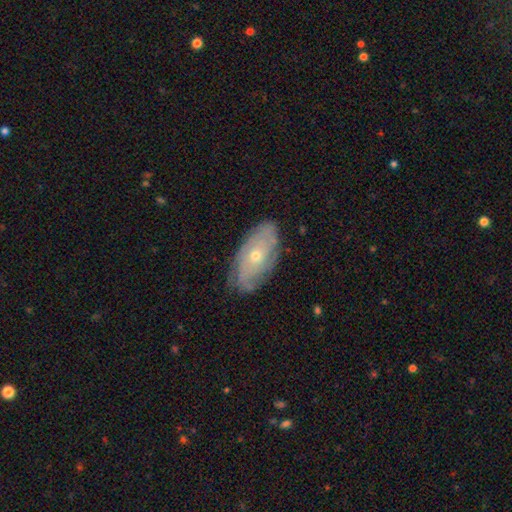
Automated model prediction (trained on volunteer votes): Smooth or featured?
  - featured or disk: 66% *
  - smooth: 27%
  - star or artifact: 7%
Edge-on disk?
  - no: 90% *
  - yes: 10%
Bar?
  - no: 86% *
  - weak: 12%
  - strong: 2%
Spiral arms?
  - yes: 74% *
  - no: 26%
Bulge size?
  - small: 56% *
  - moderate: 41%
  - large: 1%
  - none: 1%
  - dominant: 1%
Merging?
  - none: 75% *
  - minor disturbance: 19%
  - major disturbance: 4%
  - merger: 1%